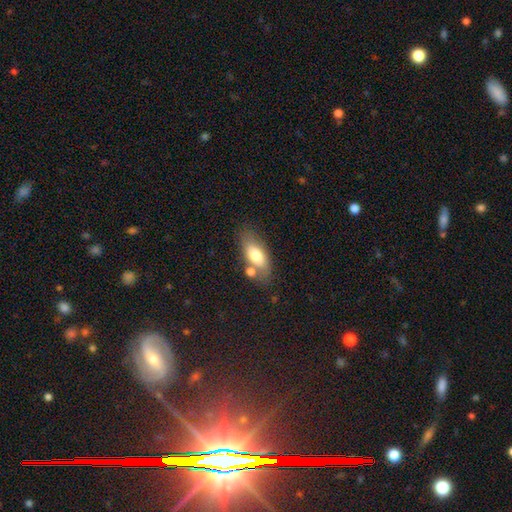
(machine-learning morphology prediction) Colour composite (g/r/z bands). It shows a smooth galaxy with no disk features (71%) that is in between round and cigar-shaped (83%). Merging: none (62%).